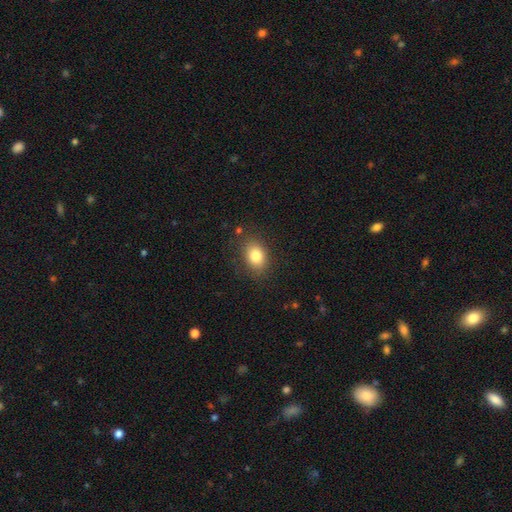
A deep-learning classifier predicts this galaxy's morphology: This is clearly a smooth galaxy (82%). How rounded: likely in between (73%). Merging: clearly none (82%).